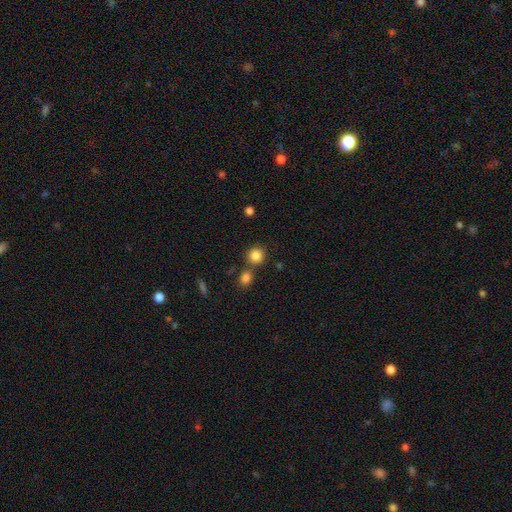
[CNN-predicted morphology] Smooth or featured: smooth — 84% (star or artifact — 11%)
How rounded: round — 90% (in between — 9%)
Merging: none — 72% (merger — 17%)